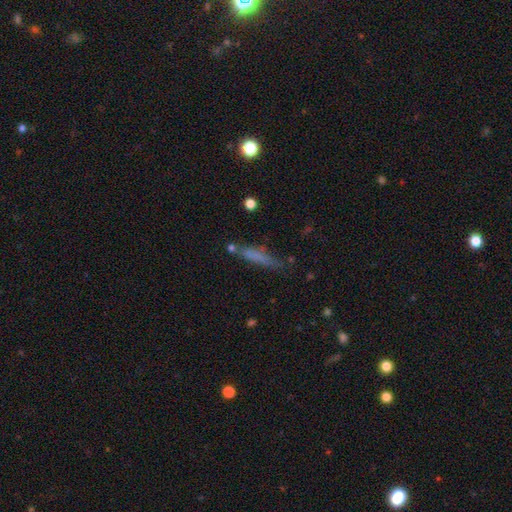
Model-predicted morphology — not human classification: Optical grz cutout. It shows a smooth galaxy with no disk features (65%) that is cigar-shaped (87%). Merging: none (65%).